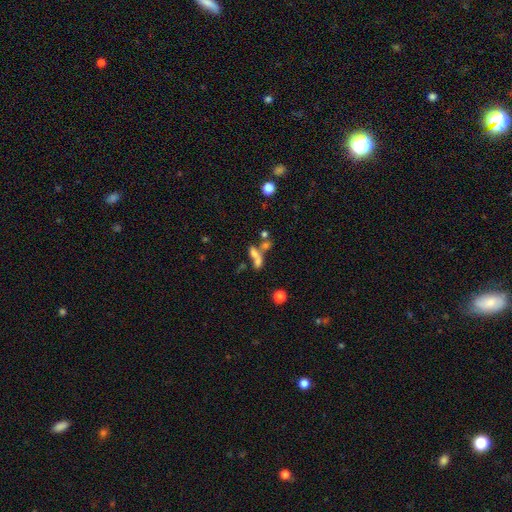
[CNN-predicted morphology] The model was most divided on "smooth or featured": smooth: 53%, featured or disk: 29%, star or artifact: 18%. More confident: merging — merger (58%); how rounded — in between (55%).